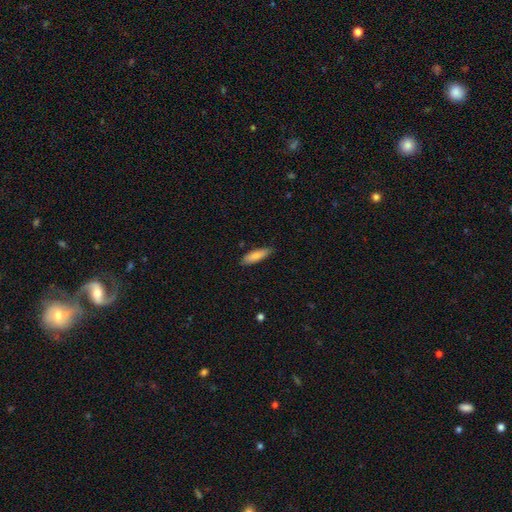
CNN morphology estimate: This appears to be a smooth galaxy with no disk features (83%) that is cigar-shaped (53%). Merging: none (84%).